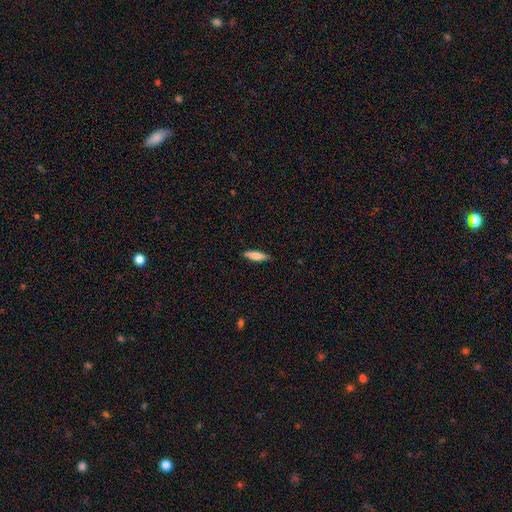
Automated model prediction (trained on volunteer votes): smooth 80%, featured or disk 14%, star or artifact 6%. Down the decision tree: how rounded — cigar-shaped (61%); merging — none (88%).